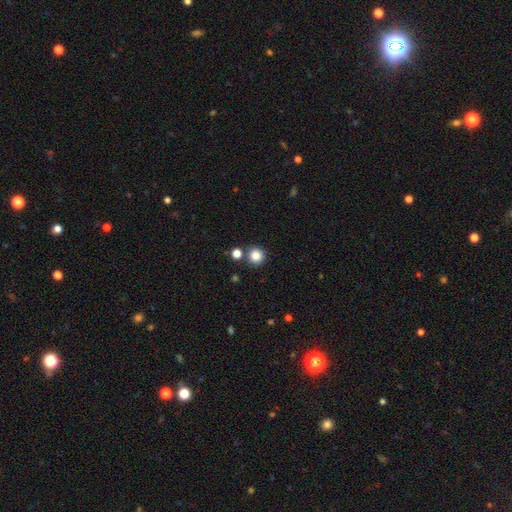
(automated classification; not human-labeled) Q: Smooth or featured?
A: smooth (84%); runner-up: star or artifact (11%)
Q: How rounded?
A: round (94%); runner-up: in between (5%)
Q: Merging?
A: none (83%); runner-up: merger (8%)